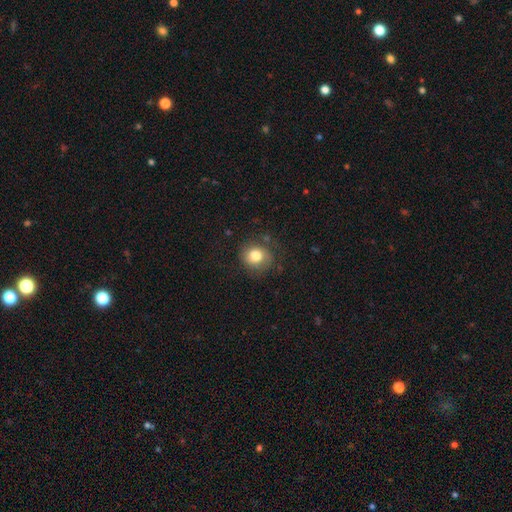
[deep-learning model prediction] Smooth or featured?
  - smooth: 78% *
  - featured or disk: 13%
  - star or artifact: 9%
How rounded?
  - round: 77% *
  - in between: 22%
  - cigar-shaped: 1%
Merging?
  - none: 71% *
  - minor disturbance: 19%
  - major disturbance: 8%
  - merger: 2%